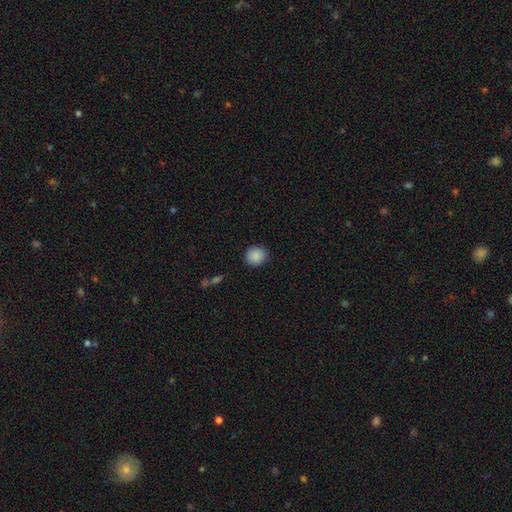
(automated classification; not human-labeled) smooth_or_featured: smooth (p=0.88) [alt: star or artifact p=0.08]
how_rounded: round (p=0.84) [alt: in between p=0.15]
merging: none (p=0.88) [alt: minor disturbance p=0.09]